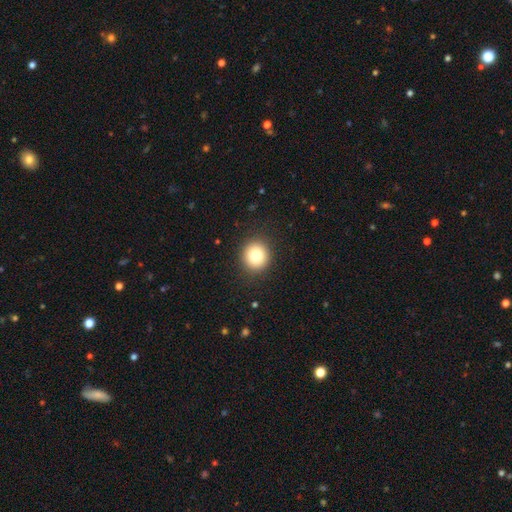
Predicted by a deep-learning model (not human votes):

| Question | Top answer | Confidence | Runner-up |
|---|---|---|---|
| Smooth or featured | smooth | 83% | star or artifact (10%) |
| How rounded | round | 89% | in between (11%) |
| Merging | none | 90% | minor disturbance (6%) |